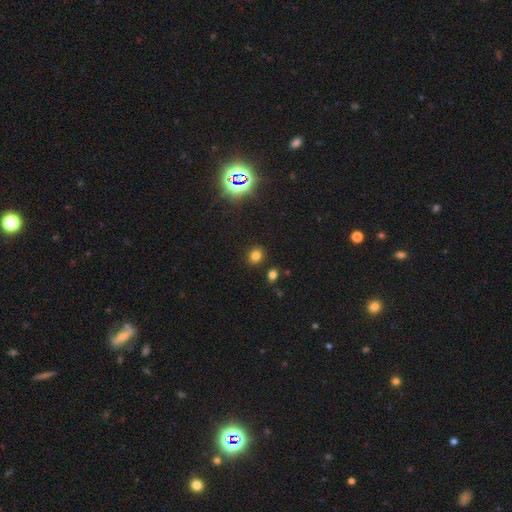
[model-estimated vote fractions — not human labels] smooth_or_featured: smooth (p=0.75) [alt: star or artifact p=0.19]
how_rounded: round (p=0.68) [alt: in between p=0.31]
merging: none (p=0.86) [alt: minor disturbance p=0.08]